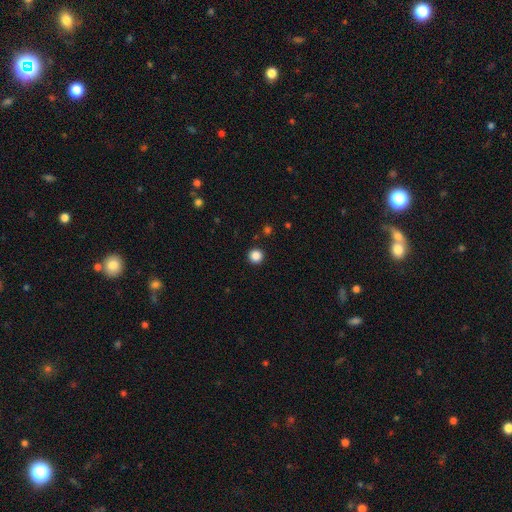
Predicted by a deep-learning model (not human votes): A smooth galaxy with no disk features (86%) that is round (96%).

Vote fractions:
- Smooth or featured? smooth: 86% / star or artifact: 11% / featured or disk: 3%
- How rounded? round: 96% / in between: 3% / cigar-shaped: 1%
- Merging? none: 93% / minor disturbance: 4% / major disturbance: 2% / merger: 1%